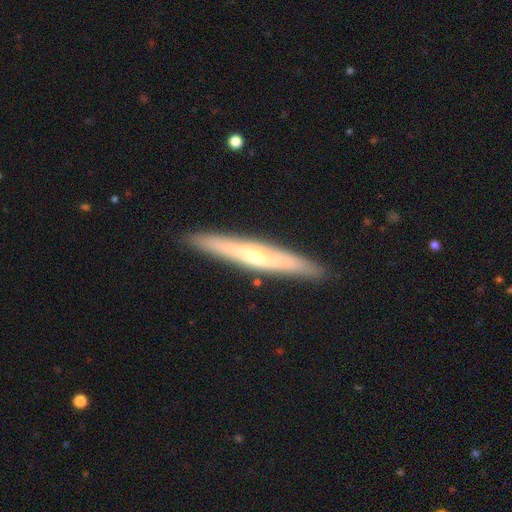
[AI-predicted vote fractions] Smooth or featured?
  - featured or disk: 61% *
  - smooth: 33%
  - star or artifact: 6%
Edge-on disk?
  - yes: 89% *
  - no: 11%
Edge-on bulge?
  - rounded: 60% *
  - none: 35%
  - boxy: 5%
Merging?
  - none: 90% *
  - minor disturbance: 7%
  - major disturbance: 2%
  - merger: 1%